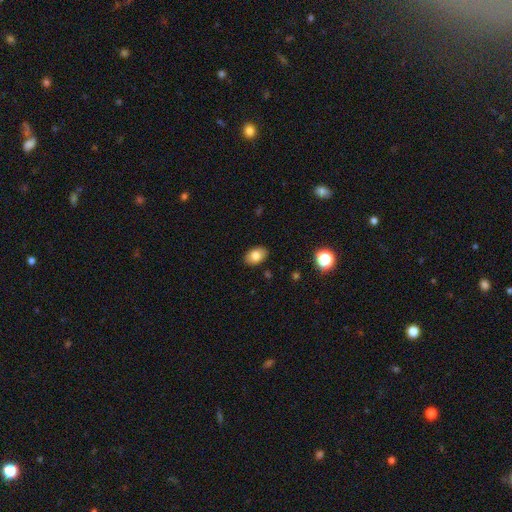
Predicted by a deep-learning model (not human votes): This appears to be a smooth galaxy with no disk features (82%) that is in between round and cigar-shaped (86%). Merging: none (88%).